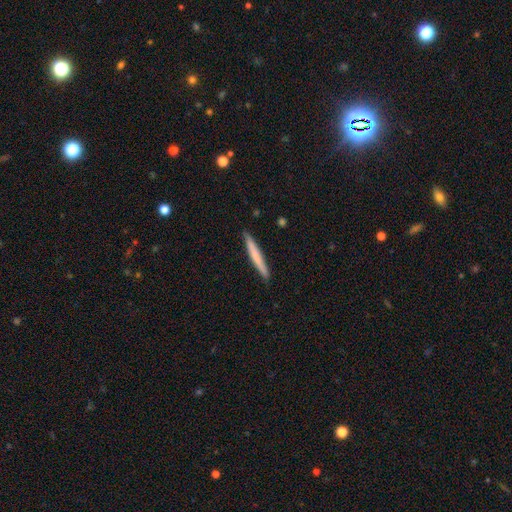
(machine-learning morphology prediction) This appears to be a smooth galaxy with no disk features (67%) that is cigar-shaped (97%). Merging: none (90%).